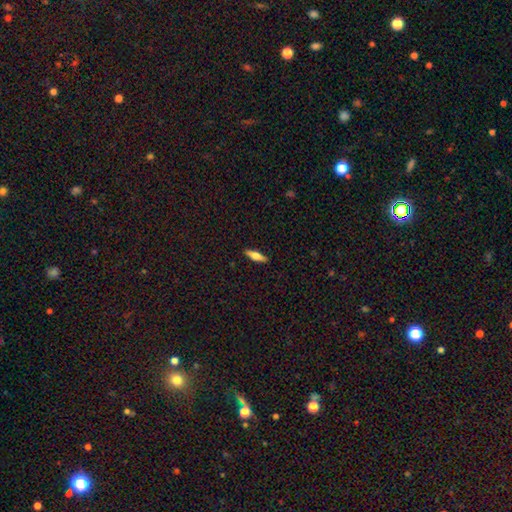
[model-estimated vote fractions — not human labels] A smooth galaxy with no disk features (60%) that is cigar-shaped (55%).

Vote fractions:
- Smooth or featured? smooth: 60% / featured or disk: 34% / star or artifact: 6%
- How rounded? cigar-shaped: 55% / in between: 42% / round: 2%
- Merging? none: 90% / minor disturbance: 7% / major disturbance: 2% / merger: 1%